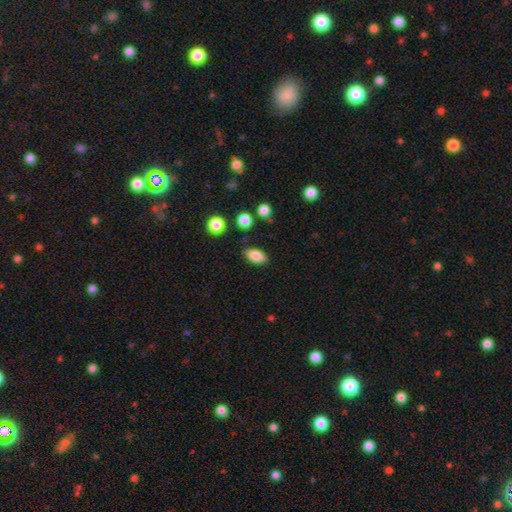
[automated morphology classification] Smooth or featured? Predicted: smooth (p=0.85). How rounded? Predicted: in between (p=0.89). Merging? Predicted: none (p=0.83).